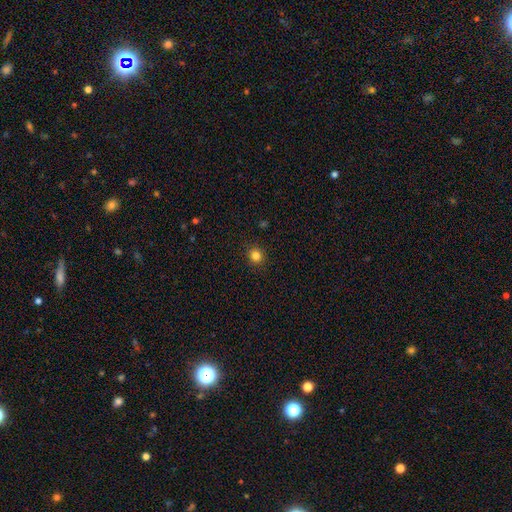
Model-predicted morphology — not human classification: smooth 83%, star or artifact 13%, featured or disk 4%. Down the decision tree: how rounded — round (89%); merging — none (91%).